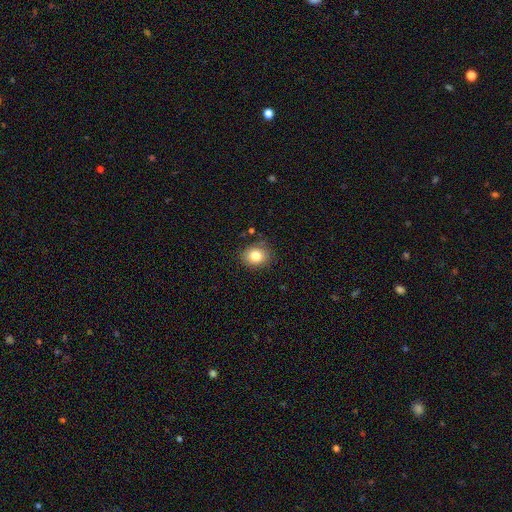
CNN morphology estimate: smooth-or-featured: smooth: 83% | star or artifact: 9% | featured or disk: 8%
  how-rounded: round: 63% | in between: 37% | cigar-shaped: 1%
  merging: none: 83% | minor disturbance: 12% | major disturbance: 3% | merger: 2%